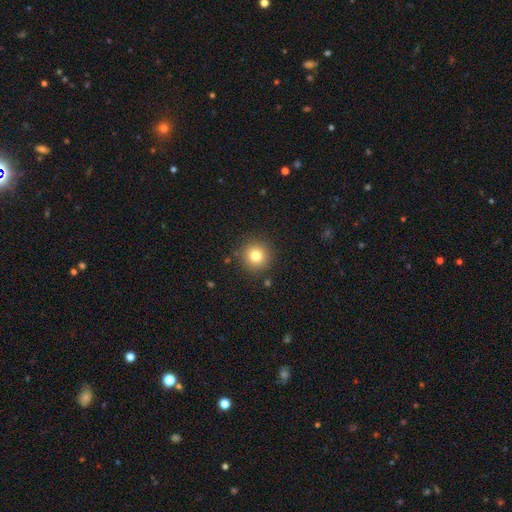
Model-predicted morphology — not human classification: Overall: smooth (79%). How rounded: round (95%). Merging: none (90%).